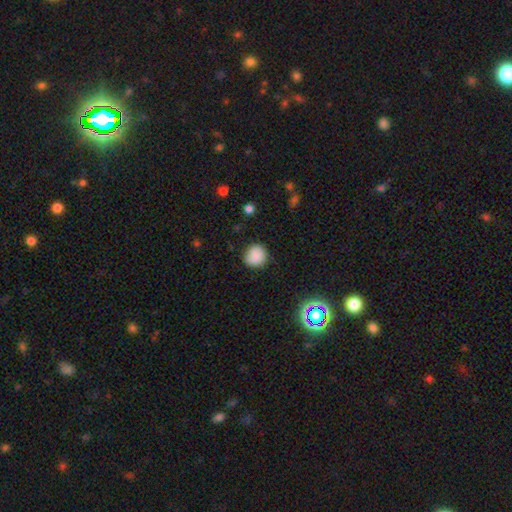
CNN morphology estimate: smooth 85%, star or artifact 9%, featured or disk 5%. Down the decision tree: how rounded — round (89%); merging — none (85%).